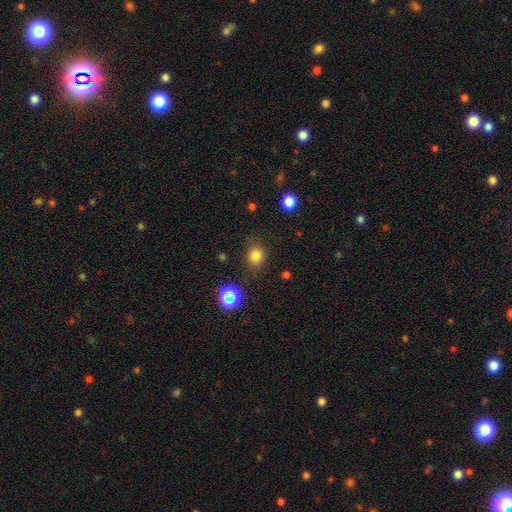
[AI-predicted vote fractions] smooth-or-featured: smooth: 78% | star or artifact: 16% | featured or disk: 5%
  how-rounded: round: 74% | in between: 25% | cigar-shaped: 1%
  merging: none: 82% | minor disturbance: 12% | major disturbance: 4% | merger: 2%